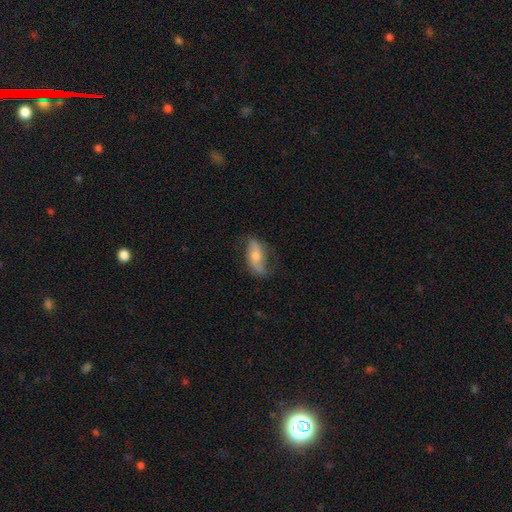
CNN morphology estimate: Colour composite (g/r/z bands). It shows a featured or disk galaxy (60%) with no bar (52%), spiral arms (83%) and a moderate central bulge (57%). Merging: none (67%).